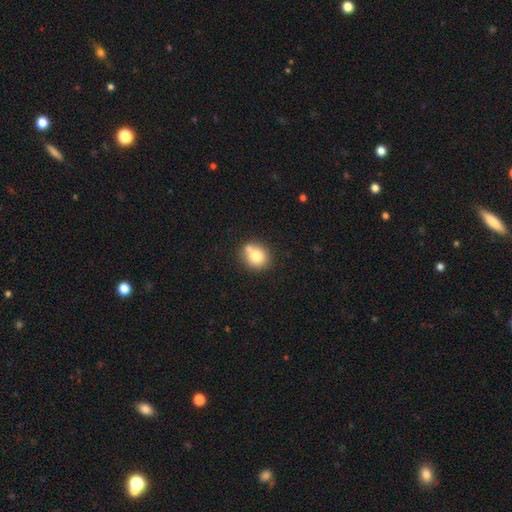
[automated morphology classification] smooth_or_featured: smooth (p=0.77) [alt: featured or disk p=0.13]
how_rounded: round (p=0.77) [alt: in between p=0.22]
merging: none (p=0.60) [alt: merger p=0.23]